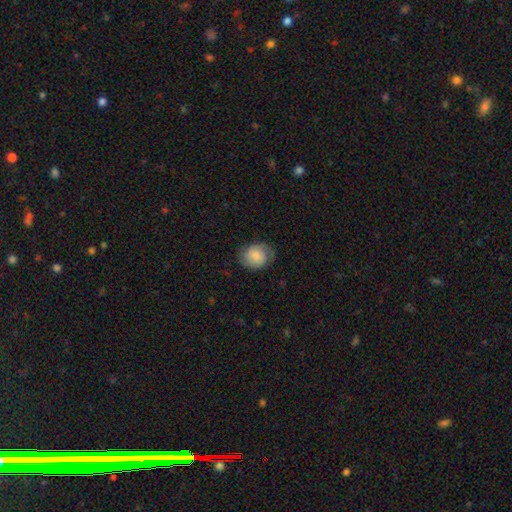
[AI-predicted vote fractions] Morphology: type=smooth (73%); roundness=round (59%); merging=none (69%).